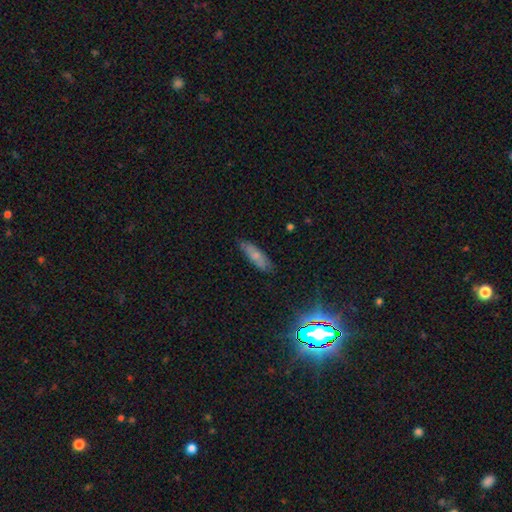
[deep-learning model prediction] Morphology: type=smooth (68%); roundness=cigar-shaped (57%); merging=none (80%).